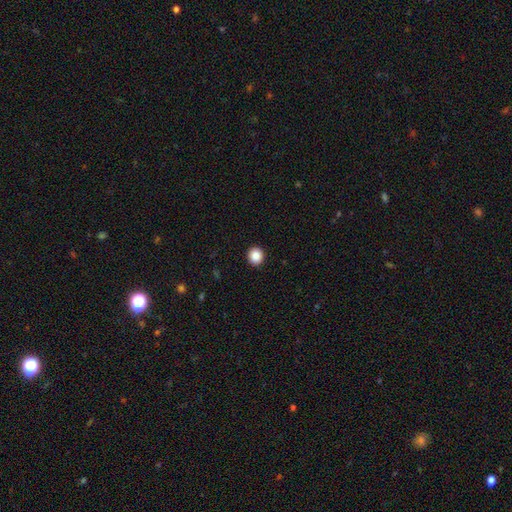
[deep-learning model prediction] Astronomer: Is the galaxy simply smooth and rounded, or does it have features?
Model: smooth — 87%.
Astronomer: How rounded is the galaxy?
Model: round — 90%.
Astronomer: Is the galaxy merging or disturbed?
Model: none — 93%.